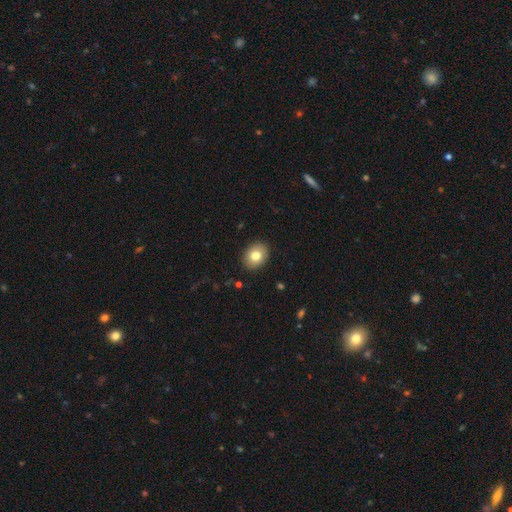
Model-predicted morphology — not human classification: Q: Smooth or featured?
A: smooth (79%); runner-up: featured or disk (12%)
Q: How rounded?
A: in between (54%); runner-up: round (45%)
Q: Merging?
A: none (90%); runner-up: minor disturbance (7%)